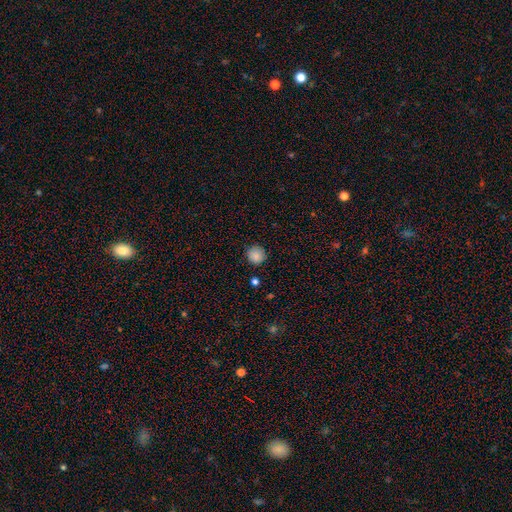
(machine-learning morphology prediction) This is clearly a smooth galaxy (87%). How rounded: clearly round (93%). Merging: clearly none (88%).